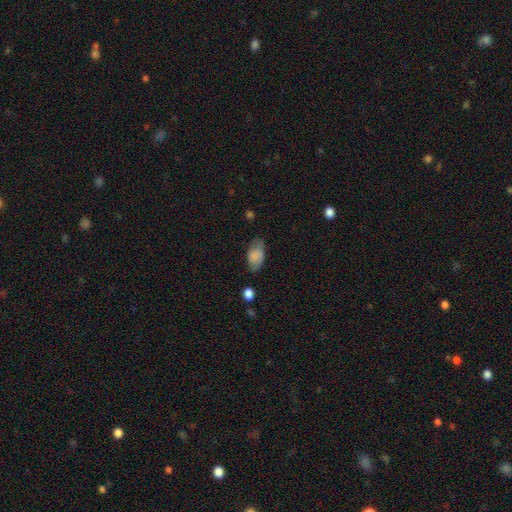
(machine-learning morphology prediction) Smooth or featured?
  - smooth: 79% *
  - featured or disk: 13%
  - star or artifact: 8%
How rounded?
  - in between: 93% *
  - round: 4%
  - cigar-shaped: 3%
Merging?
  - none: 65% *
  - minor disturbance: 26%
  - major disturbance: 7%
  - merger: 2%